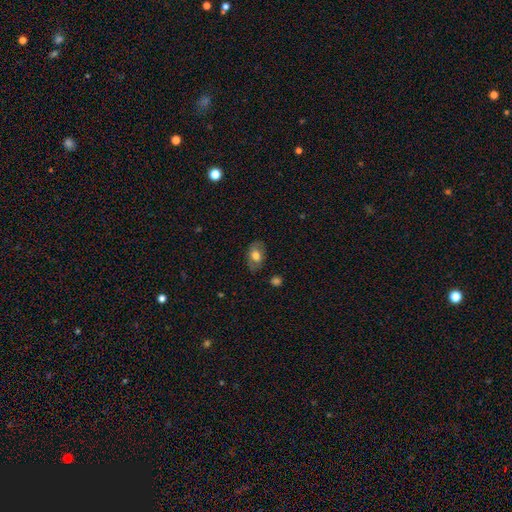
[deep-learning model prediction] This appears to be a smooth galaxy with no disk features (66%) that is in between round and cigar-shaped (87%). Merging: none (77%).